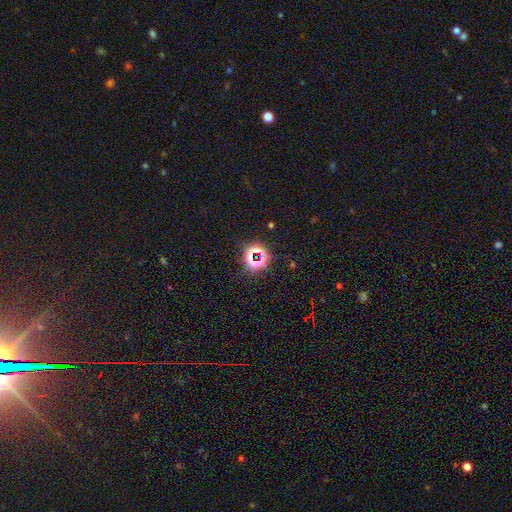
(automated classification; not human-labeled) smooth_or_featured: star or artifact (p=0.71) [alt: smooth p=0.19]